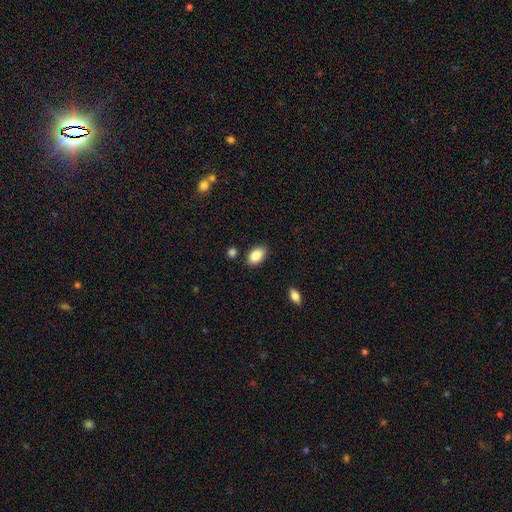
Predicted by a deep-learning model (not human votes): A smooth galaxy with no disk features (88%) that is in between round and cigar-shaped (91%).

Vote fractions:
- Smooth or featured? smooth: 88% / star or artifact: 7% / featured or disk: 5%
- How rounded? in between: 91% / round: 8% / cigar-shaped: 2%
- Merging? none: 80% / minor disturbance: 14% / merger: 3% / major disturbance: 3%